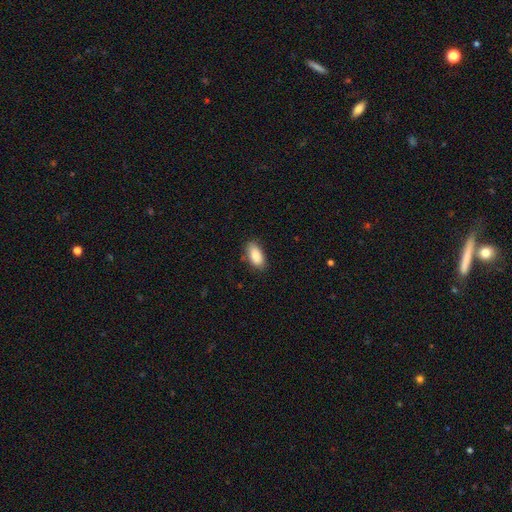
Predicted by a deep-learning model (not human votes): This is clearly a smooth galaxy (87%). How rounded: clearly in between (91%). Merging: clearly none (81%).